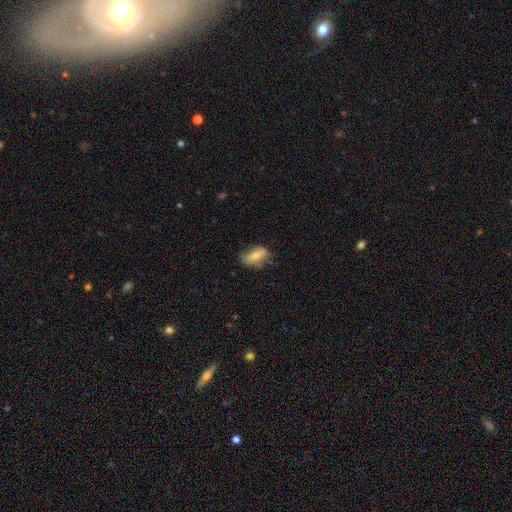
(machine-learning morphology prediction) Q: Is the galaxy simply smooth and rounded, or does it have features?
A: smooth — 62%.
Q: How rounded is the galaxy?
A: in between — 86%.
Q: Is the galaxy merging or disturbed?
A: none — 69%.